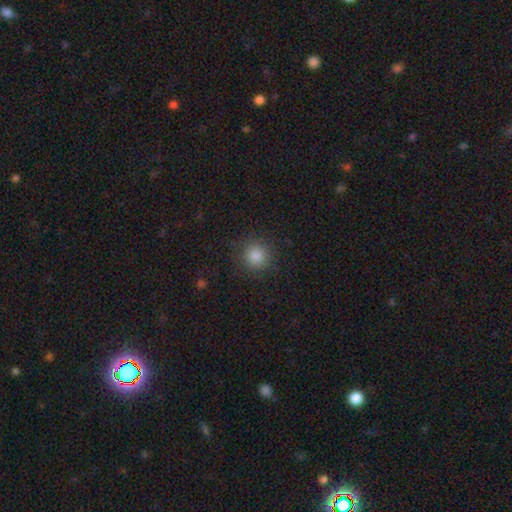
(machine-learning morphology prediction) A smooth galaxy with no disk features (83%) that is round (94%).

Vote fractions:
- Smooth or featured? smooth: 83% / star or artifact: 12% / featured or disk: 4%
- How rounded? round: 94% / in between: 5% / cigar-shaped: 1%
- Merging? none: 88% / minor disturbance: 8% / major disturbance: 3% / merger: 1%